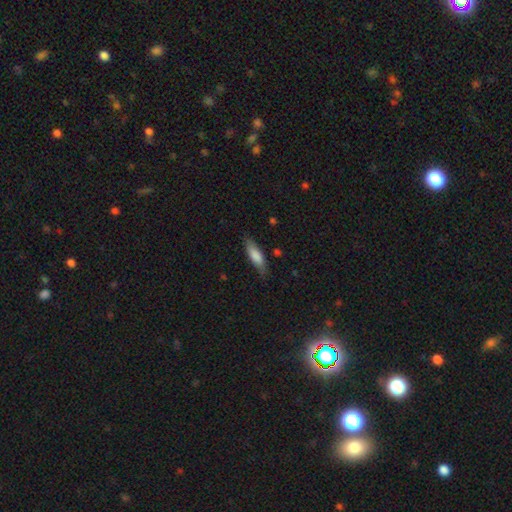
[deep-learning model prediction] This appears to be a smooth galaxy with no disk features (79%) that is cigar-shaped (50%). Merging: none (75%).